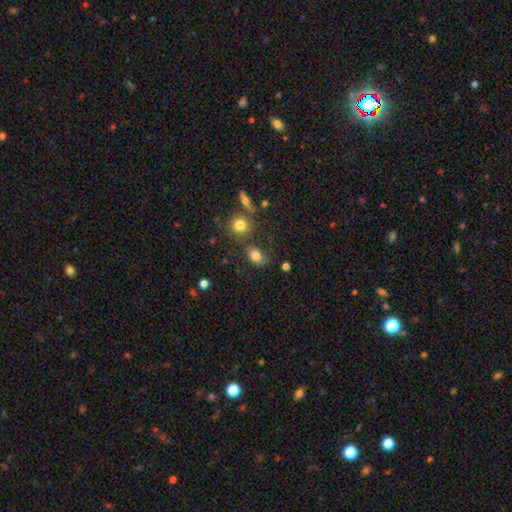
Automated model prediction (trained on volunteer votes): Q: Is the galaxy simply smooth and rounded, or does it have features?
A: smooth — 80%.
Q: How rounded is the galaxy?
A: in between — 76%.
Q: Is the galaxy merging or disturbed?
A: none — 66%.